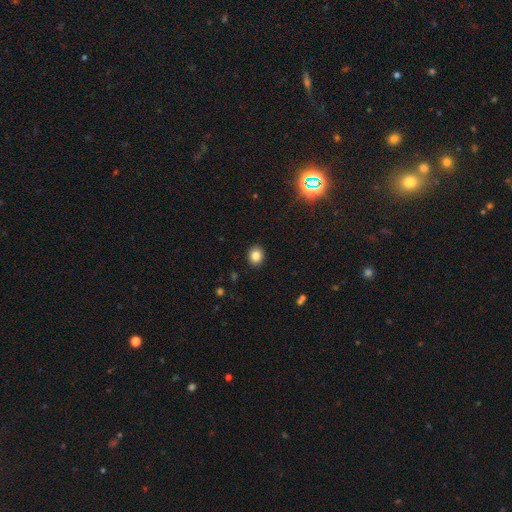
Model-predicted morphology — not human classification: Smooth or featured?
  - smooth: 83% *
  - star or artifact: 11%
  - featured or disk: 6%
How rounded?
  - round: 63% *
  - in between: 36%
  - cigar-shaped: 1%
Merging?
  - none: 91% *
  - minor disturbance: 6%
  - major disturbance: 2%
  - merger: 1%